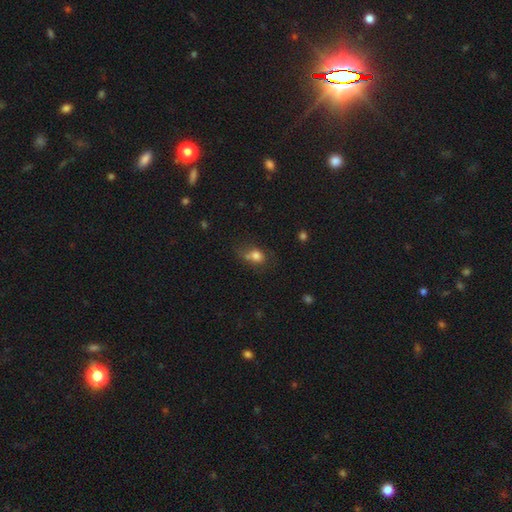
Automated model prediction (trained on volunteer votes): Morphology: type=smooth (75%); roundness=round (53%); merging=none (42%).